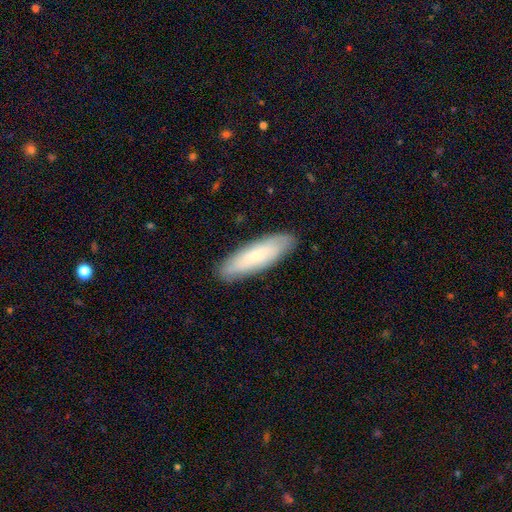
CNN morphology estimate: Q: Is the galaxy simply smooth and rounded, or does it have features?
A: smooth — 62%.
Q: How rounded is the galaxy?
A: cigar-shaped — 56%.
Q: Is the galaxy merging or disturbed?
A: none — 88%.